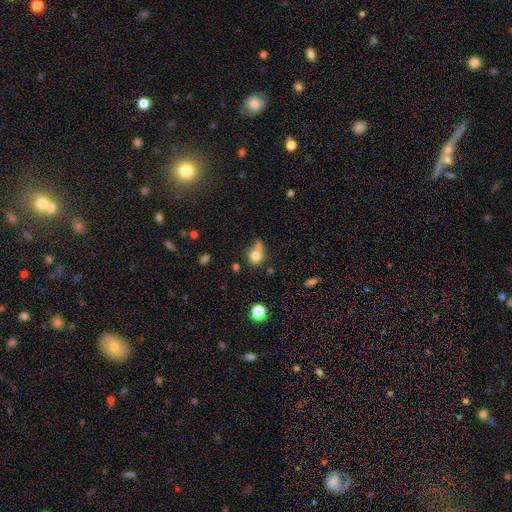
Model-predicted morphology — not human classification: Q: Smooth or featured?
A: smooth (78%); runner-up: star or artifact (11%)
Q: How rounded?
A: round (76%); runner-up: in between (23%)
Q: Merging?
A: none (41%); runner-up: merger (25%)